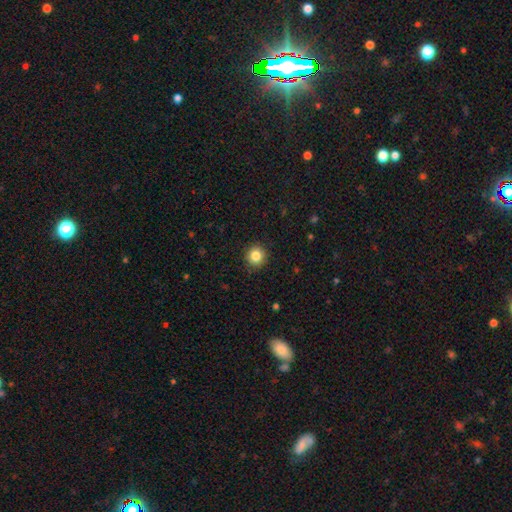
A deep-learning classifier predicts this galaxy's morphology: A smooth galaxy with no disk features (84%) that is round (92%). Merging: none (91%).